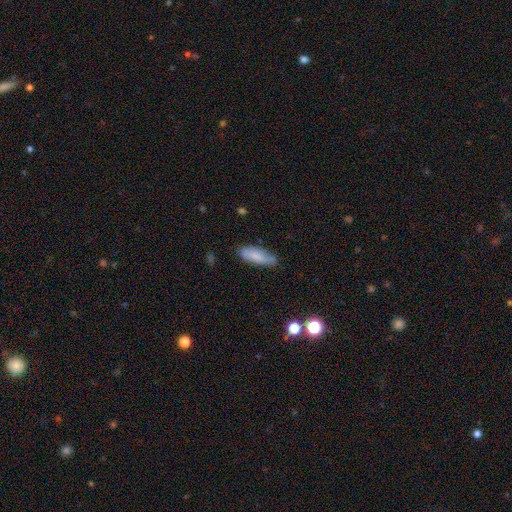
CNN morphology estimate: This appears to be a smooth galaxy with no disk features (76%) that is in between round and cigar-shaped (58%). Merging: none (76%).